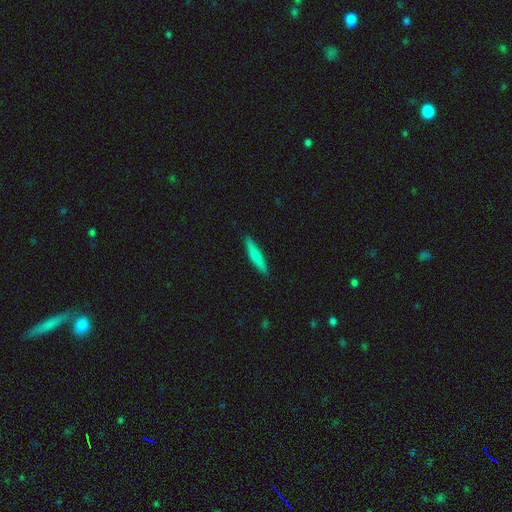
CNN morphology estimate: This is likely a smooth galaxy (74%). How rounded: clearly cigar-shaped (89%). Merging: clearly none (91%).